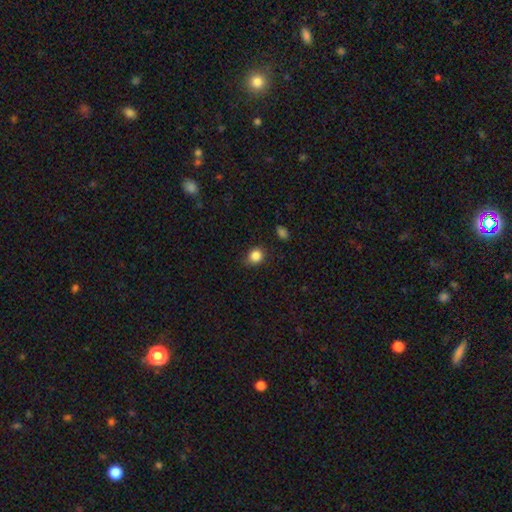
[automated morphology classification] smooth 85%, star or artifact 11%, featured or disk 4%. Down the decision tree: how rounded — round (74%); merging — none (73%).